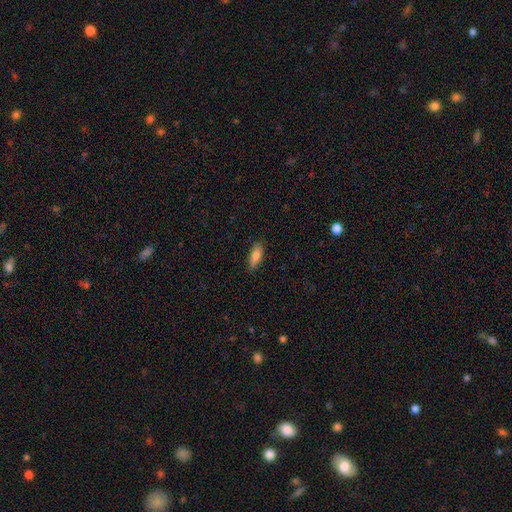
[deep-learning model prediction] The model was most divided on "how rounded": in between: 72%, cigar-shaped: 26%, round: 2%. More confident: merging — none (86%); smooth or featured — smooth (83%).